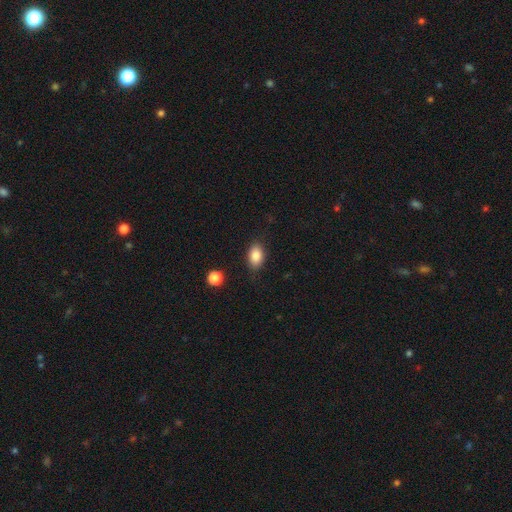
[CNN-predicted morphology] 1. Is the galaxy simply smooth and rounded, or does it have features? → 85% smooth, 9% star or artifact, 6% featured or disk.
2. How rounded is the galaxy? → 87% in between, 11% round, 2% cigar-shaped.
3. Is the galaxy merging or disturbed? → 84% none, 12% minor disturbance, 3% major disturbance, 2% merger.